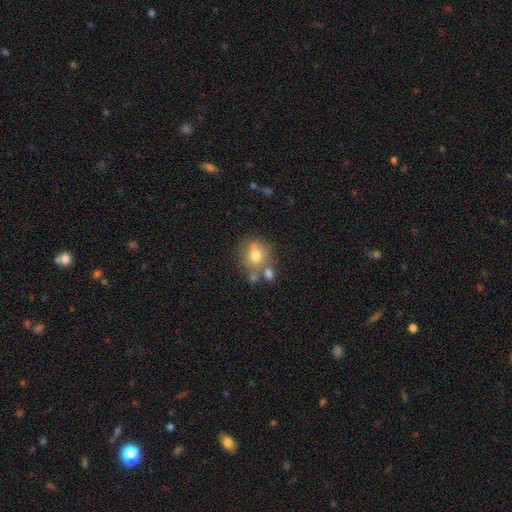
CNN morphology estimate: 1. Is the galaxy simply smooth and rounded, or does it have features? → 67% smooth, 20% featured or disk, 13% star or artifact.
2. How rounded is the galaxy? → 82% round, 17% in between, 1% cigar-shaped.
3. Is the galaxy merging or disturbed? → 57% none, 26% merger, 12% minor disturbance, 5% major disturbance.